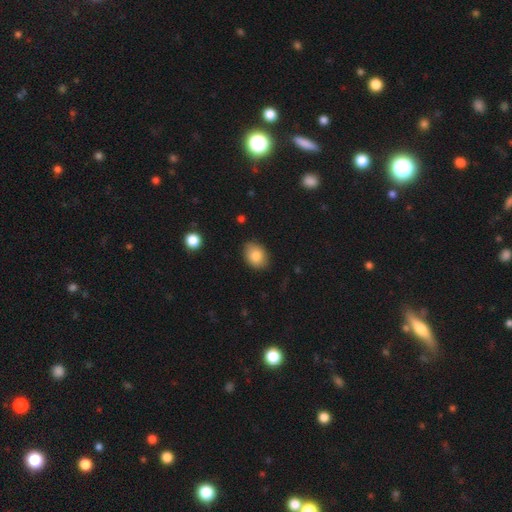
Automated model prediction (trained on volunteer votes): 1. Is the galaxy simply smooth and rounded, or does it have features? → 83% smooth, 9% featured or disk, 8% star or artifact.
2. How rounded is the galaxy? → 73% in between, 26% round, 1% cigar-shaped.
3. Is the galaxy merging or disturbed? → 82% none, 14% minor disturbance, 3% major disturbance, 1% merger.